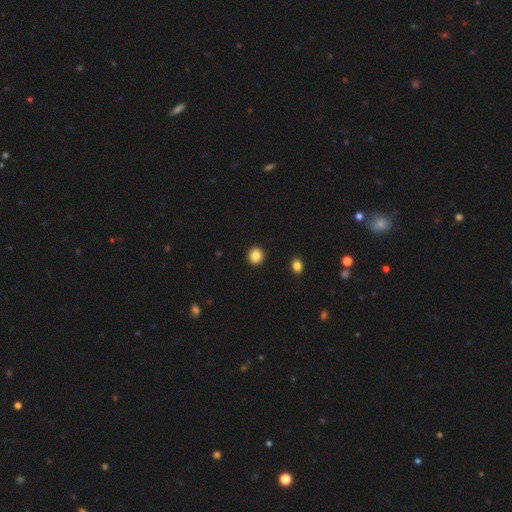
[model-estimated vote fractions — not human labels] Smooth or featured: smooth — 88% (star or artifact — 9%)
How rounded: round — 92% (in between — 7%)
Merging: none — 93% (minor disturbance — 4%)